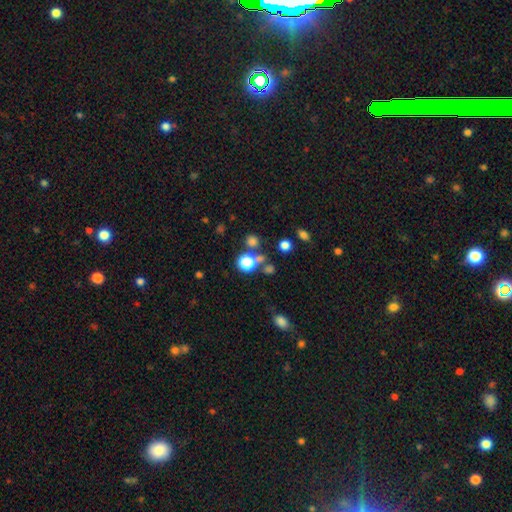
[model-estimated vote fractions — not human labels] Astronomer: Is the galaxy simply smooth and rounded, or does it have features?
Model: star or artifact — 49% (runner-up: smooth, 42%).